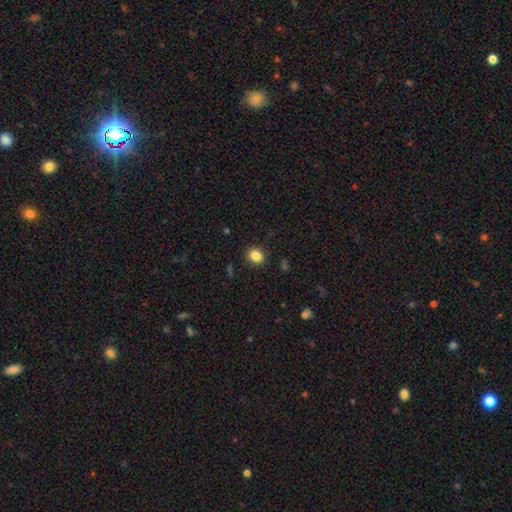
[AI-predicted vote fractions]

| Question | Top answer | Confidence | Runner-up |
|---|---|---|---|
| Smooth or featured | smooth | 85% | star or artifact (10%) |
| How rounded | round | 63% | in between (36%) |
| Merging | none | 90% | minor disturbance (7%) |